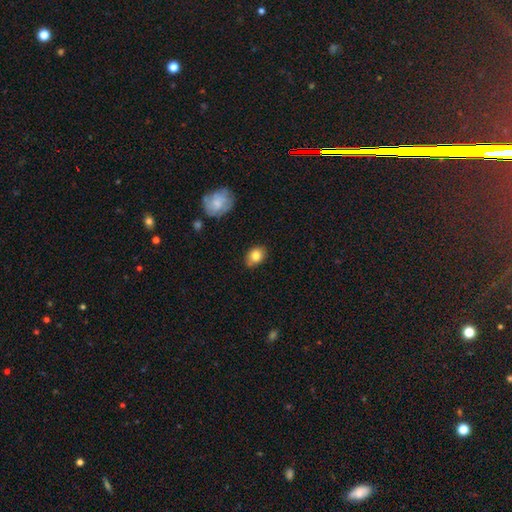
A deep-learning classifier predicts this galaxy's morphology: The model was most divided on "how rounded": in between: 66%, round: 33%, cigar-shaped: 1%. More confident: smooth or featured — smooth (81%); merging — none (78%).